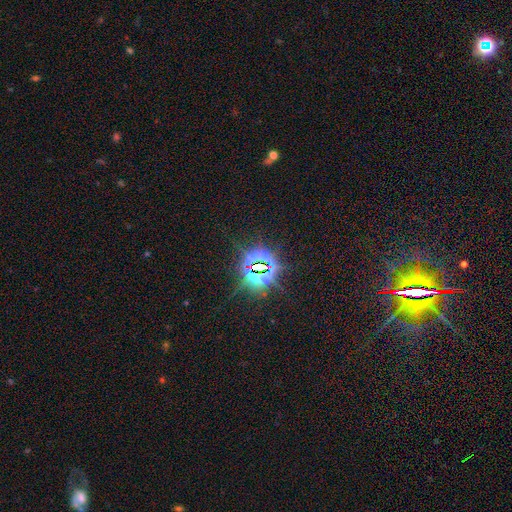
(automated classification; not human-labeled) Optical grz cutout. It shows a star or artifact, not a galaxy (85%).